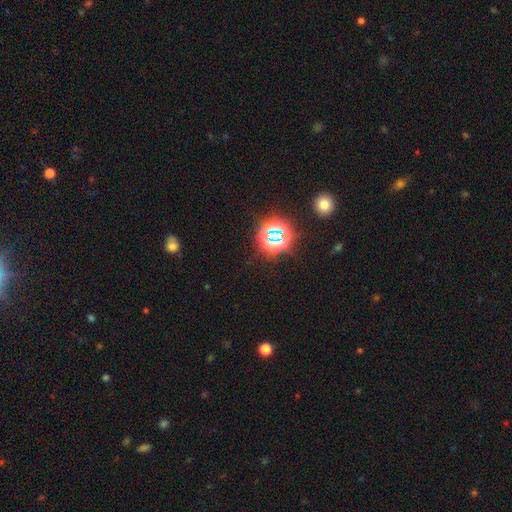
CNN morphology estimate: type=star or artifact (76%).